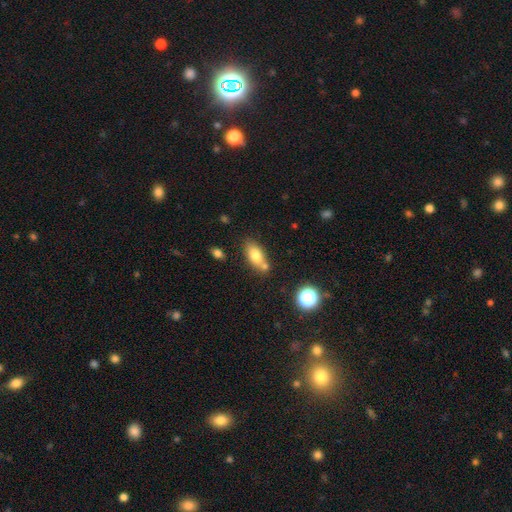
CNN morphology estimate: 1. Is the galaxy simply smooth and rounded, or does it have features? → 77% smooth, 14% featured or disk, 9% star or artifact.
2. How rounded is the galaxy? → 84% in between, 10% cigar-shaped, 6% round.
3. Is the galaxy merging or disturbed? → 58% none, 22% merger, 16% minor disturbance, 4% major disturbance.